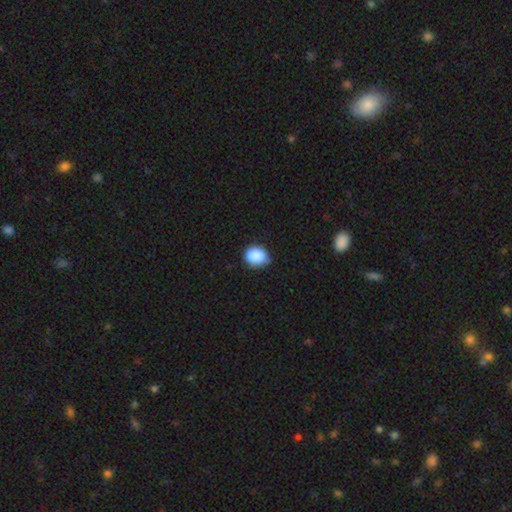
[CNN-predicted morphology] Smooth or featured? smooth (89%)
How rounded? round (58%)
Merging? none (72%)